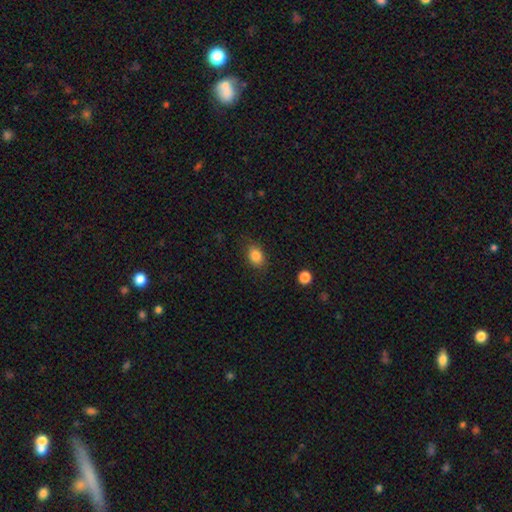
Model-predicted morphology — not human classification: Q: Smooth or featured?
A: smooth (85%); runner-up: star or artifact (10%)
Q: How rounded?
A: in between (66%); runner-up: round (33%)
Q: Merging?
A: none (82%); runner-up: minor disturbance (13%)